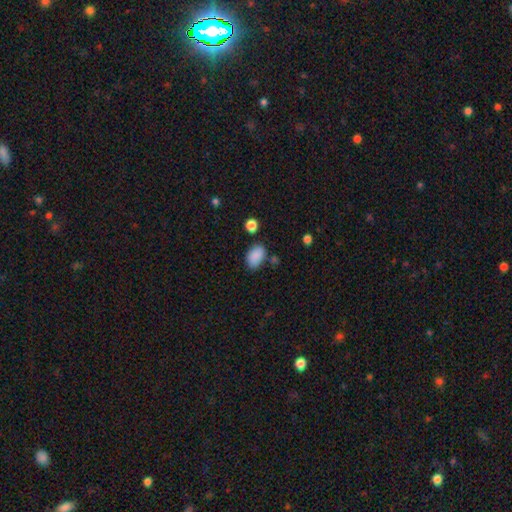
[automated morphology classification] Overall: smooth (88%). How rounded: in between (89%). Merging: none (70%).